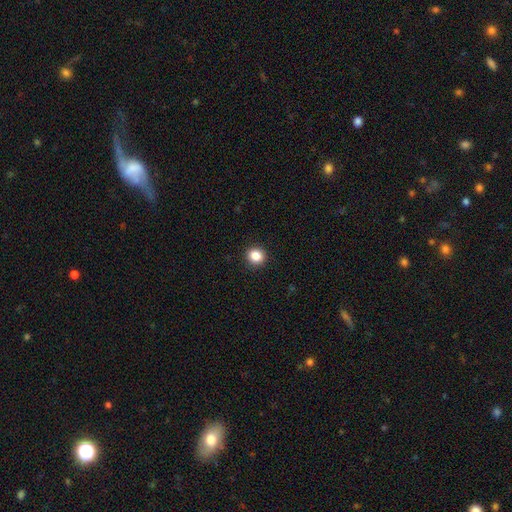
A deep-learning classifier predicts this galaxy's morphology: The model was most divided on "smooth or featured": smooth: 85%, star or artifact: 11%, featured or disk: 4%. More confident: merging — none (92%); how rounded — round (87%).